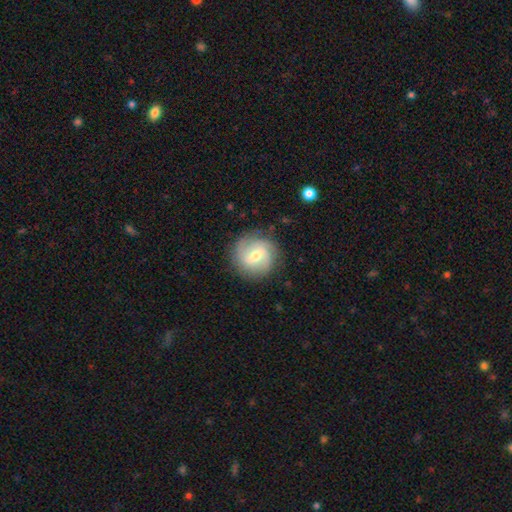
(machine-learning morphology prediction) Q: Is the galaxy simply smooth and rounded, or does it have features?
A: featured or disk — 57%.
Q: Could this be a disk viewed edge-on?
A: no — 97%.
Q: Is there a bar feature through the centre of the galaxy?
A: weak — 55%.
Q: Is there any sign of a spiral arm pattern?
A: yes — 80%.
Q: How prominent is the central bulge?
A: moderate — 63%.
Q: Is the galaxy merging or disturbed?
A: none — 82%.